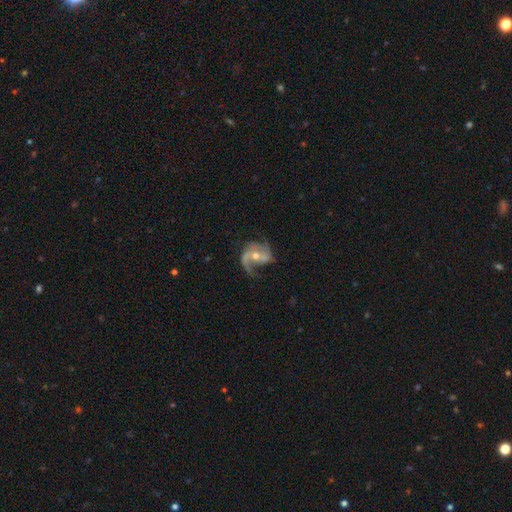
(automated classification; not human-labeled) The model was most divided on "spiral winding": loose: 44%, medium: 42%, tight: 14%. Remaining: edge-on disk — no (97%); spiral arms — yes (95%); smooth or featured — featured or disk (86%); spiral arm count — 2 (65%); bulge size — moderate (56%); merging — none (53%); bar — no (43%).